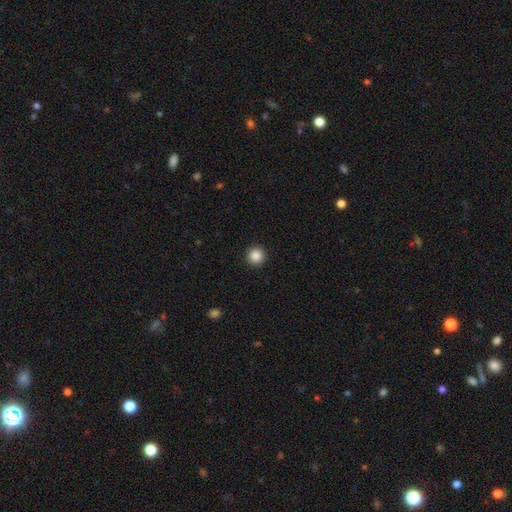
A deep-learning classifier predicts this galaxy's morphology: Overall: smooth (87%). How rounded: round (96%). Merging: none (93%).